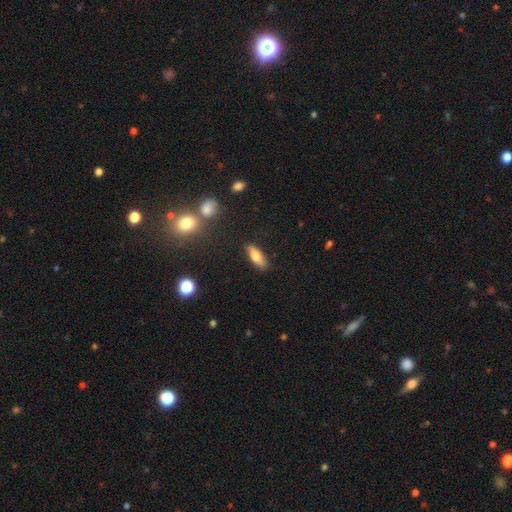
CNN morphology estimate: A smooth galaxy with no disk features (70%) that is in between round and cigar-shaped (61%).

Vote fractions:
- Smooth or featured? smooth: 70% / featured or disk: 22% / star or artifact: 8%
- How rounded? in between: 61% / cigar-shaped: 36% / round: 3%
- Merging? none: 86% / minor disturbance: 10% / major disturbance: 2% / merger: 2%